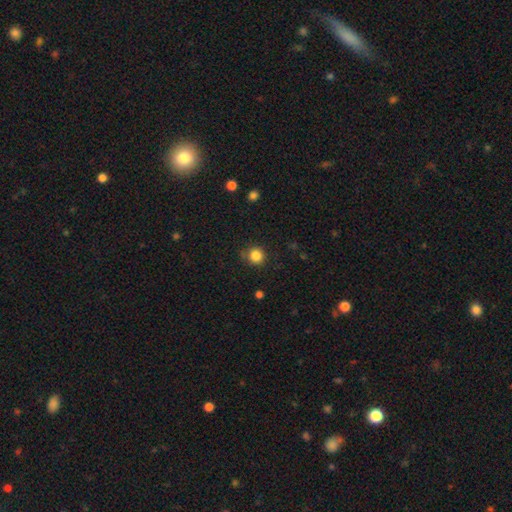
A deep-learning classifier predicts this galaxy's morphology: type=smooth (85%); roundness=round (92%); merging=none (81%).